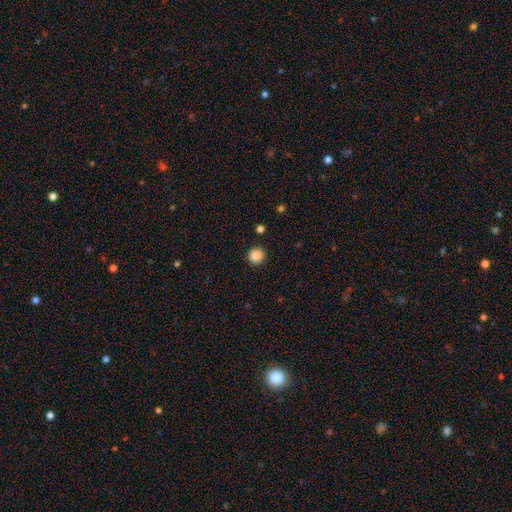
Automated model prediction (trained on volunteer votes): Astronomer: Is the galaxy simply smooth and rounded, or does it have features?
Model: smooth — 86%.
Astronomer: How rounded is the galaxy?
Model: round — 93%.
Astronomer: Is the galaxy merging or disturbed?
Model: none — 89%.